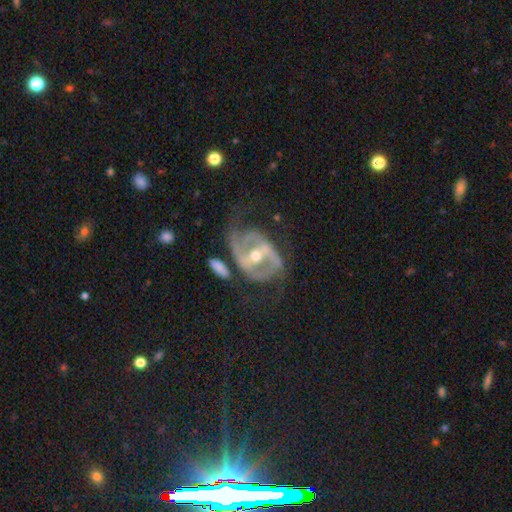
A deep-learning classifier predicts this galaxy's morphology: smooth_or_featured: featured or disk (p=0.85) [alt: smooth p=0.08]
disk_edge_on: no (p=0.96) [alt: yes p=0.04]
bar: strong (p=0.48) [alt: weak p=0.33]
has_spiral_arms: yes (p=0.88) [alt: no p=0.12]
spiral_winding: medium (p=0.45) [alt: loose p=0.28]
spiral_arm_count: 2 (p=0.75) [alt: can't tell p=0.10]
bulge_size: moderate (p=0.61) [alt: small p=0.35]
merging: none (p=0.47) [alt: major disturbance p=0.25]